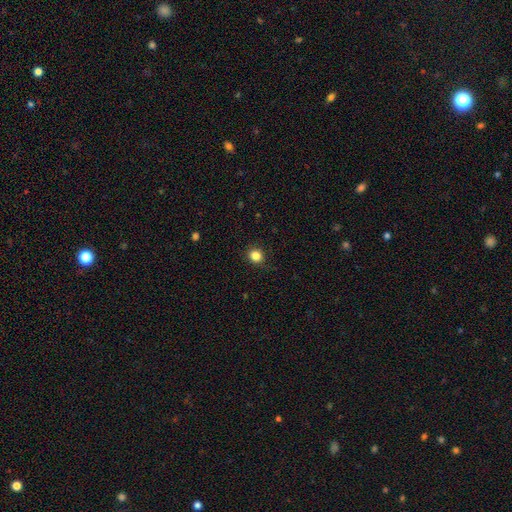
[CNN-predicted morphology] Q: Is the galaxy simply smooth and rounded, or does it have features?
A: smooth — 85%.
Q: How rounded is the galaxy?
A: round — 76%.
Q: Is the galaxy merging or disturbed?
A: none — 89%.